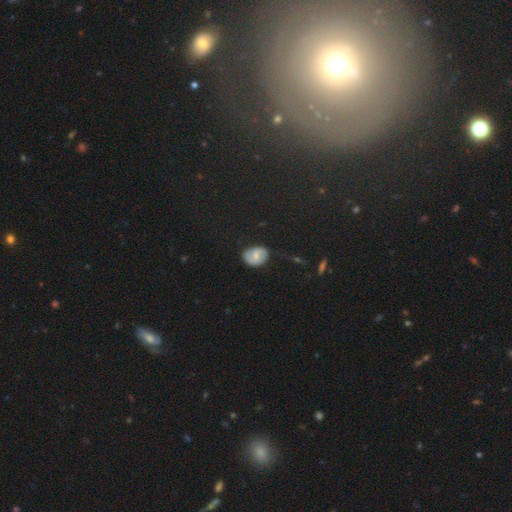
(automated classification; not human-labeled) Overall: smooth (44%; featured or disk 43%). Merging: none (75%).